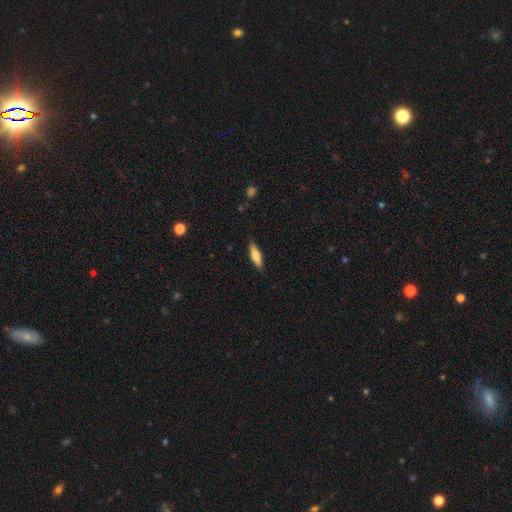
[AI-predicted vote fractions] A smooth galaxy with no disk features (69%) that is cigar-shaped (65%). Merging: none (87%).